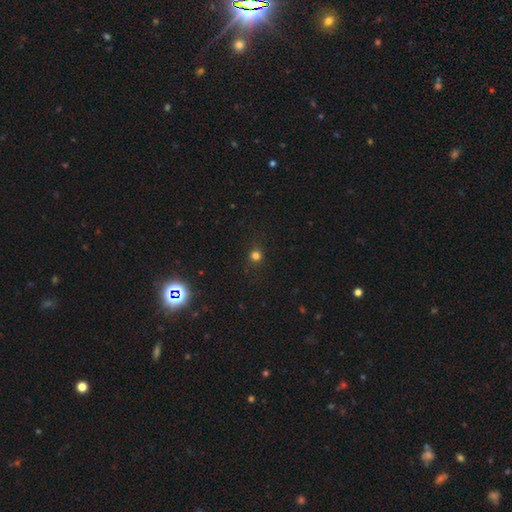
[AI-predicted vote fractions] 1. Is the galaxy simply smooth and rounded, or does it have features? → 76% smooth, 19% star or artifact, 5% featured or disk.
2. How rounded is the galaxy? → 92% round, 7% in between, 1% cigar-shaped.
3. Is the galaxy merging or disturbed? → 88% none, 8% minor disturbance, 3% major disturbance, 1% merger.